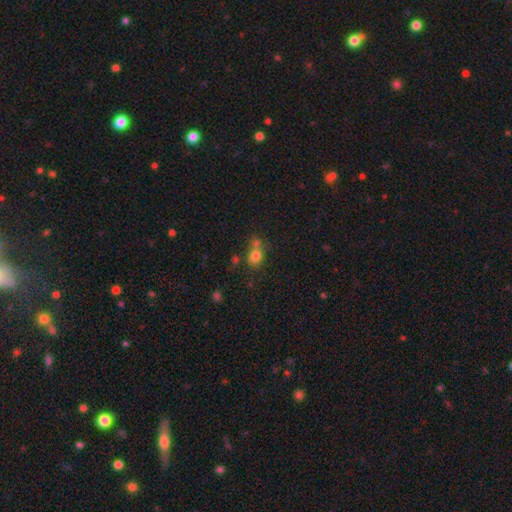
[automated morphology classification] smooth 76%, star or artifact 14%, featured or disk 11%. Down the decision tree: how rounded — round (67%); merging — none (43%).